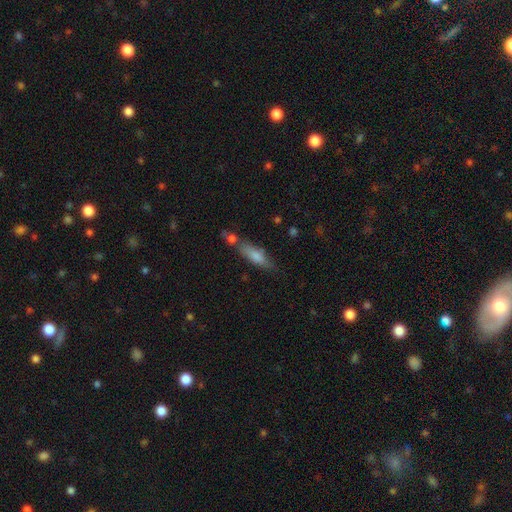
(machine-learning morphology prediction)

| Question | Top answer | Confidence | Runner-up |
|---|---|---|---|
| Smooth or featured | smooth | 70% | featured or disk (23%) |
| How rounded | cigar-shaped | 60% | in between (38%) |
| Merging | none | 59% | minor disturbance (18%) |